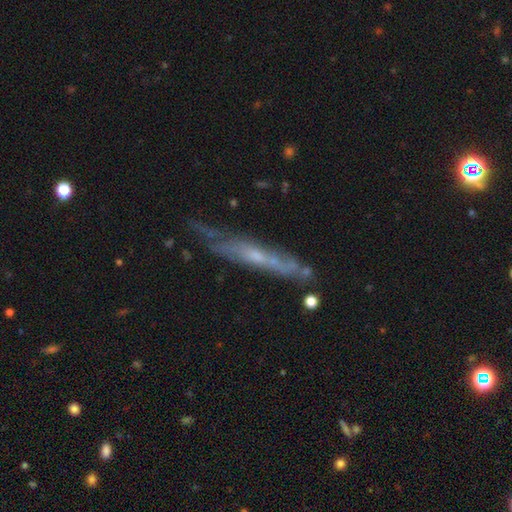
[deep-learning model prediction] Smooth or featured? Predicted: featured or disk (p=0.65). Edge-on disk? Predicted: yes (p=0.66). Merging? Predicted: none (p=0.51).